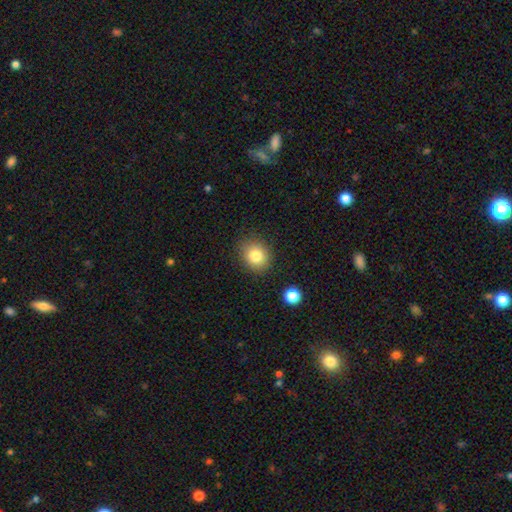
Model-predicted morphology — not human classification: type=smooth (82%); roundness=round (71%); merging=none (85%).